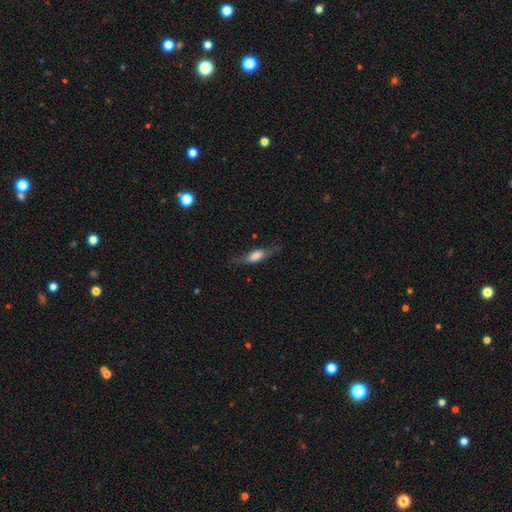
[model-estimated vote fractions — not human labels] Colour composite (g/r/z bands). It shows a smooth galaxy with no disk features (52%) that is in between round and cigar-shaped (51%). Merging: none (64%).